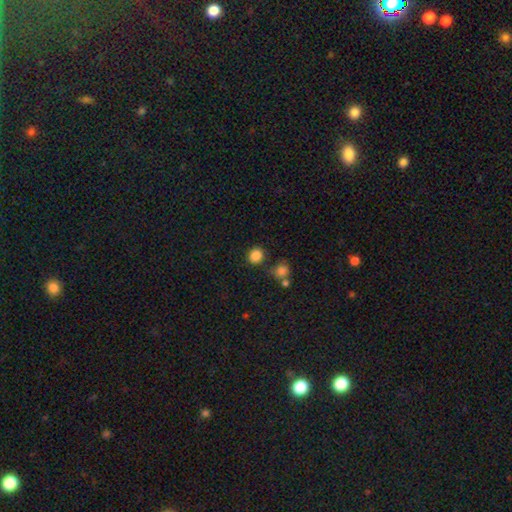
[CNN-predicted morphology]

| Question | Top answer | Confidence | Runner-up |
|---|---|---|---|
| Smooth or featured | smooth | 85% | star or artifact (11%) |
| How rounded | round | 77% | in between (22%) |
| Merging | none | 83% | minor disturbance (9%) |